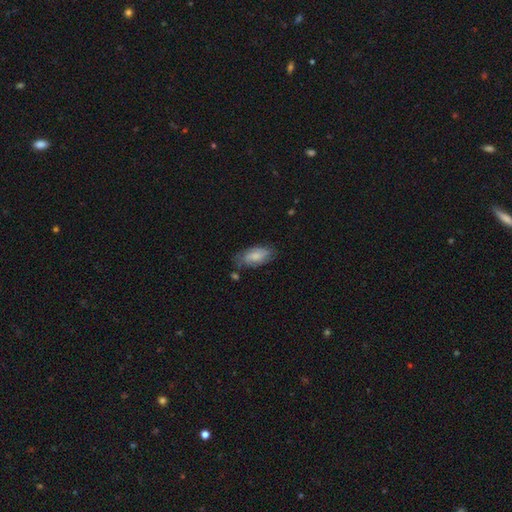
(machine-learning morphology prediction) Smooth or featured? smooth (65%)
How rounded? in between (91%)
Merging? none (63%)